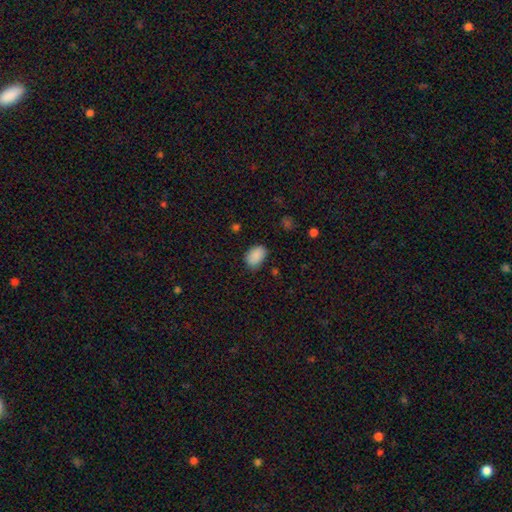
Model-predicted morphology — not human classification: type=smooth (88%); roundness=in between (85%); merging=none (73%).